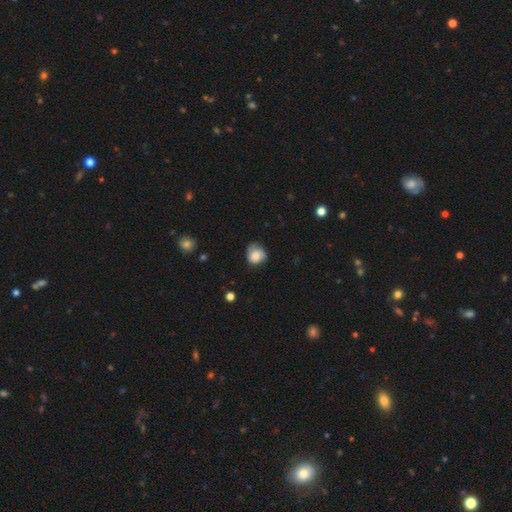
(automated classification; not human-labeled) Smooth or featured: smooth — 68% (featured or disk — 24%)
How rounded: round — 74% (in between — 25%)
Merging: none — 57% (minor disturbance — 32%)